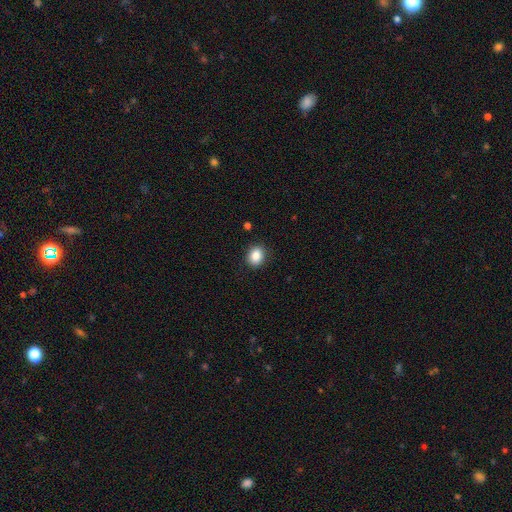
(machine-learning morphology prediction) Smooth or featured?
  - smooth: 87% *
  - star or artifact: 9%
  - featured or disk: 4%
How rounded?
  - round: 55% *
  - in between: 44%
  - cigar-shaped: 1%
Merging?
  - none: 89% *
  - minor disturbance: 8%
  - major disturbance: 2%
  - merger: 1%